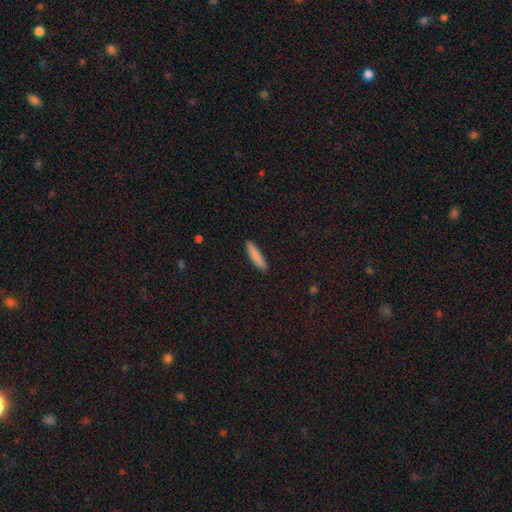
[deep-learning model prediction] smooth 85%, featured or disk 8%, star or artifact 6%. Down the decision tree: how rounded — cigar-shaped (88%); merging — none (90%).